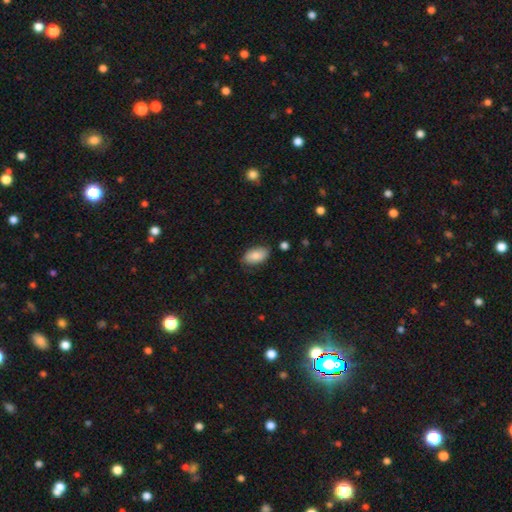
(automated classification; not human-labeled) A smooth galaxy with no disk features (81%) that is in between round and cigar-shaped (94%).

Vote fractions:
- Smooth or featured? smooth: 81% / featured or disk: 12% / star or artifact: 7%
- How rounded? in between: 94% / round: 4% / cigar-shaped: 2%
- Merging? none: 77% / minor disturbance: 18% / major disturbance: 3% / merger: 2%